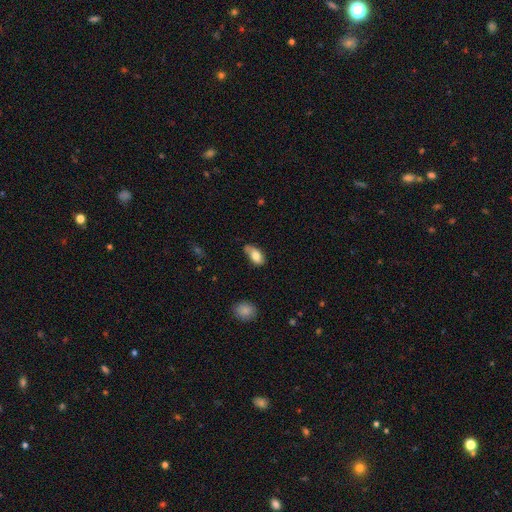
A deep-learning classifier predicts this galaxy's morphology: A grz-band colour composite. It shows a smooth galaxy with no disk features (77%) that is in between round and cigar-shaped (91%). Merging: none (57%).